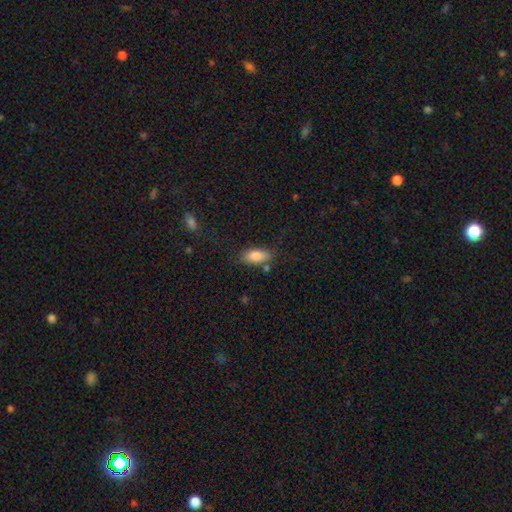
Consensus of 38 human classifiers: Smooth or featured: smooth — 82% (featured or disk — 11%)
How rounded: in between — 81% (cigar-shaped — 19%)
Merging: none — 74% (minor disturbance — 14%)